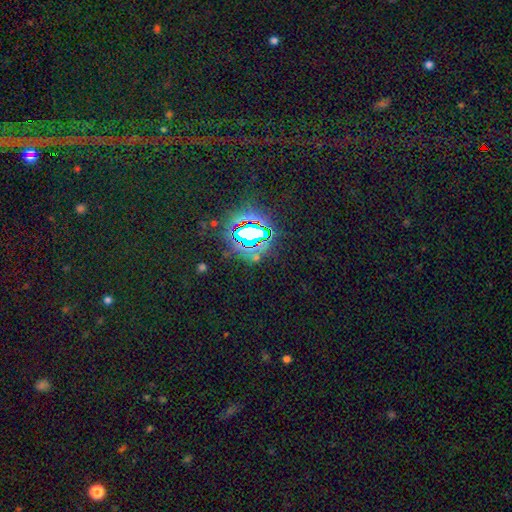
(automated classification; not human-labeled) This is likely a star or artifact rather than a galaxy (78%).